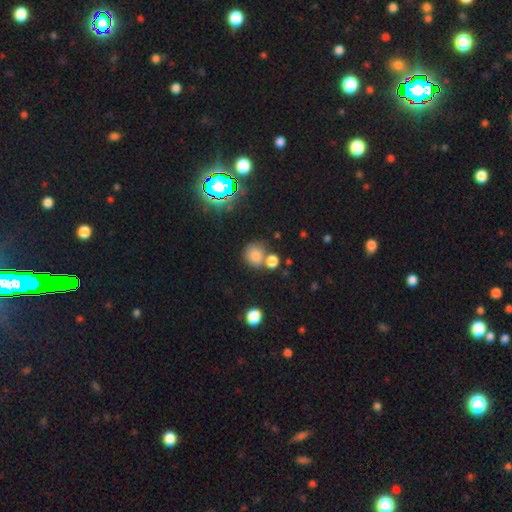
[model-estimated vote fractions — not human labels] Smooth or featured? Predicted: smooth (p=0.76). How rounded? Predicted: round (p=0.80). Merging? Predicted: none (p=0.56).